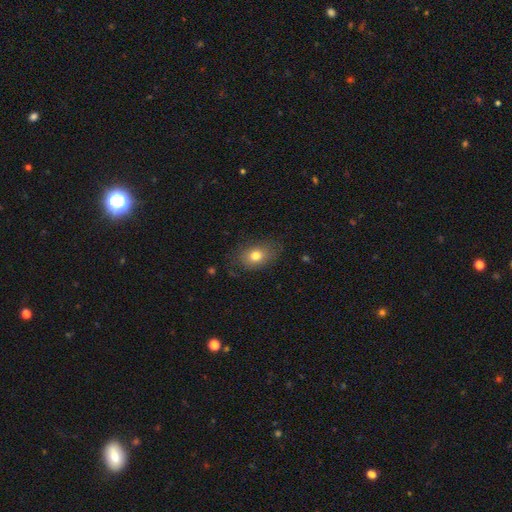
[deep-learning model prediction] Smooth or featured?
  - smooth: 78% *
  - featured or disk: 12%
  - star or artifact: 10%
How rounded?
  - in between: 73% *
  - round: 25%
  - cigar-shaped: 2%
Merging?
  - none: 75% *
  - minor disturbance: 18%
  - major disturbance: 6%
  - merger: 1%